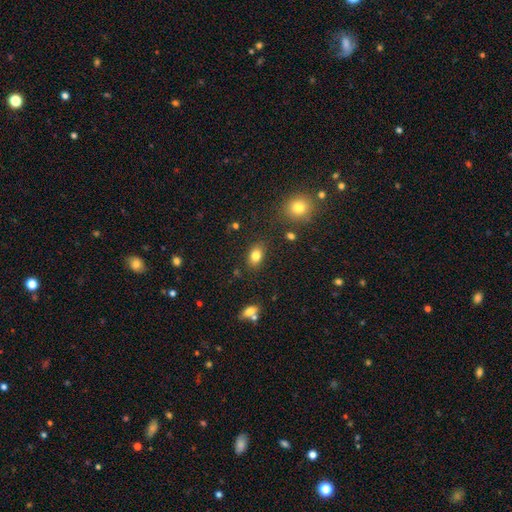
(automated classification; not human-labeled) Overall: smooth (82%). How rounded: in between (80%). Merging: none (83%).